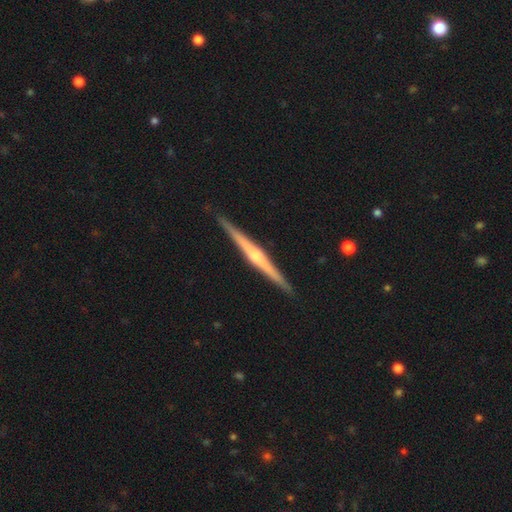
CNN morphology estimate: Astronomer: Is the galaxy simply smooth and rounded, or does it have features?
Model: featured or disk — 79%.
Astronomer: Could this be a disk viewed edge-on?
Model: yes — 99%.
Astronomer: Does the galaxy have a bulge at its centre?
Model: rounded — 74%.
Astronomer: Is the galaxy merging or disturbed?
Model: none — 92%.